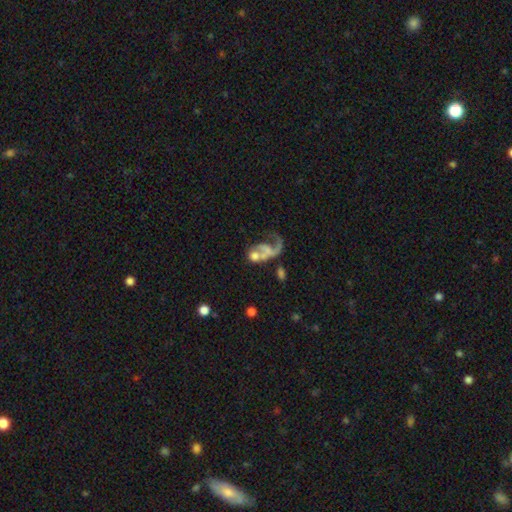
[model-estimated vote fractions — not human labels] smooth_or_featured: featured or disk (p=0.58) [alt: smooth p=0.31]
disk_edge_on: no (p=0.97) [alt: yes p=0.03]
bar: no (p=0.77) [alt: weak p=0.17]
has_spiral_arms: yes (p=0.56) [alt: no p=0.44]
bulge_size: none (p=0.47) [alt: small p=0.25]
merging: merger (p=0.37) [alt: major disturbance p=0.35]